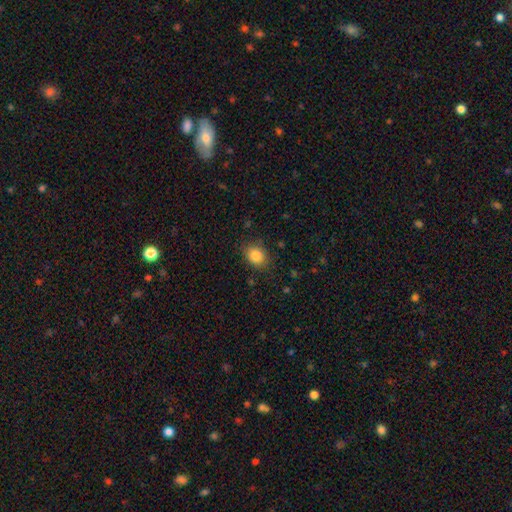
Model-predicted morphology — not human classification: This appears to be a smooth galaxy with no disk features (85%) that is in between round and cigar-shaped (55%). Merging: none (84%).